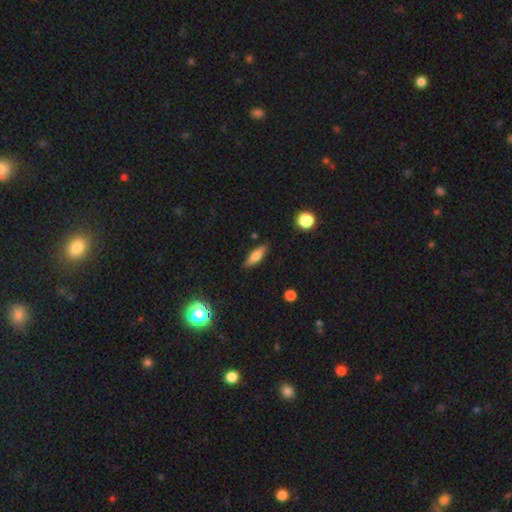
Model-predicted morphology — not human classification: Q: Smooth or featured?
A: smooth (67%); runner-up: featured or disk (25%)
Q: How rounded?
A: in between (52%); runner-up: cigar-shaped (45%)
Q: Merging?
A: none (86%); runner-up: minor disturbance (10%)